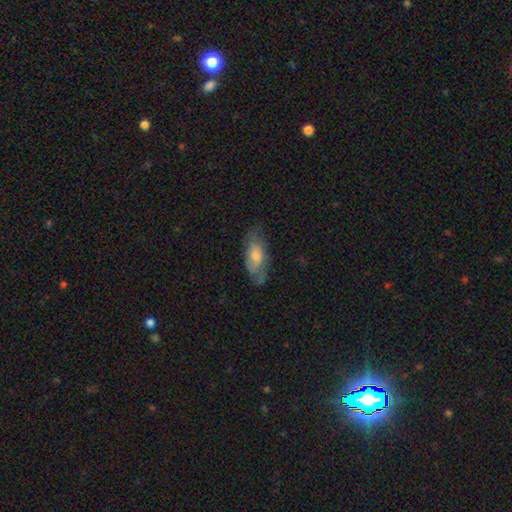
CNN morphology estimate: Smooth or featured: smooth — 52% (featured or disk — 41%)
How rounded: in between — 82% (cigar-shaped — 15%)
Merging: none — 62% (minor disturbance — 27%)